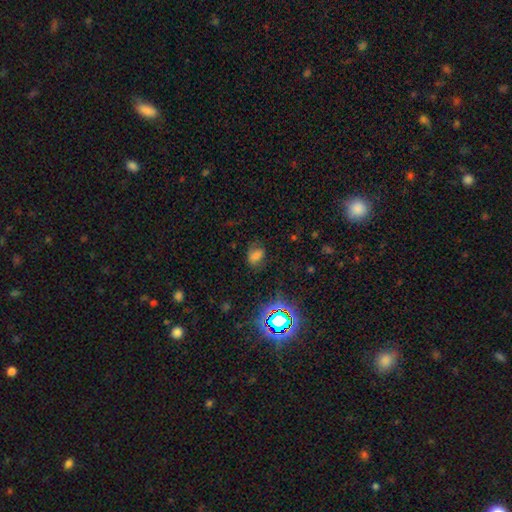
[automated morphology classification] The model was most divided on "smooth or featured": smooth: 64%, star or artifact: 24%, featured or disk: 12%. More confident: how rounded — in between (72%); merging — none (67%).